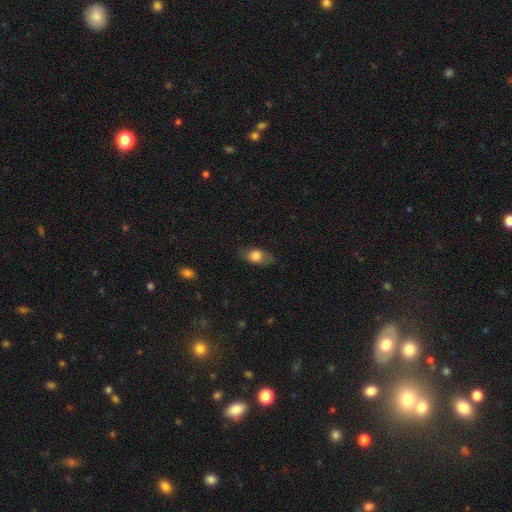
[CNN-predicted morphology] smooth-or-featured: smooth: 72% | featured or disk: 20% | star or artifact: 8%
  how-rounded: in between: 82% | round: 13% | cigar-shaped: 5%
  merging: none: 71% | minor disturbance: 20% | major disturbance: 8% | merger: 1%